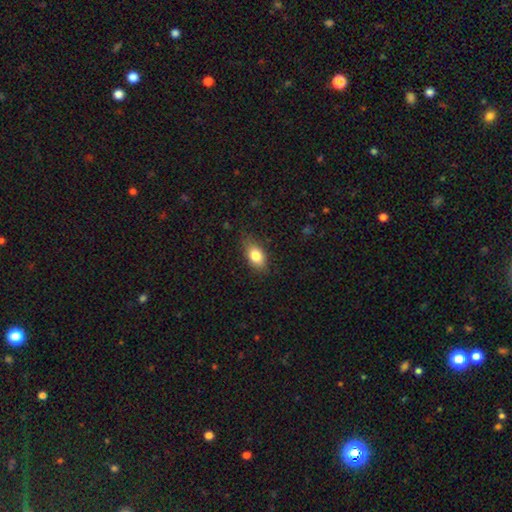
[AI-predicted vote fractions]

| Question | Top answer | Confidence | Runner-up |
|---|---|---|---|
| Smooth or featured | smooth | 81% | featured or disk (11%) |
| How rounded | in between | 85% | round (10%) |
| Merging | none | 79% | minor disturbance (17%) |